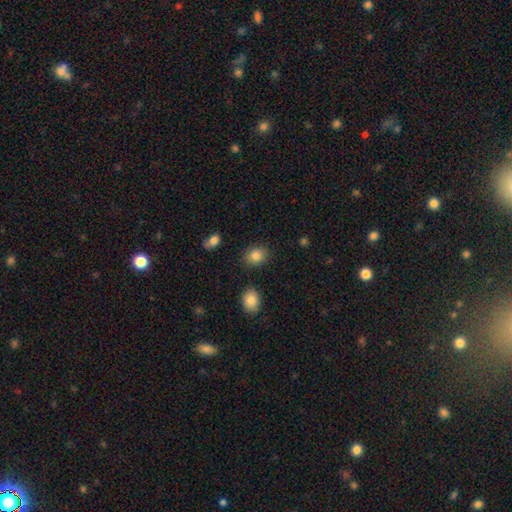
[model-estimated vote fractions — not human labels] smooth-or-featured: smooth: 85% | star or artifact: 9% | featured or disk: 6%
  how-rounded: in between: 51% | round: 48% | cigar-shaped: 1%
  merging: none: 85% | minor disturbance: 9% | merger: 3% | major disturbance: 3%